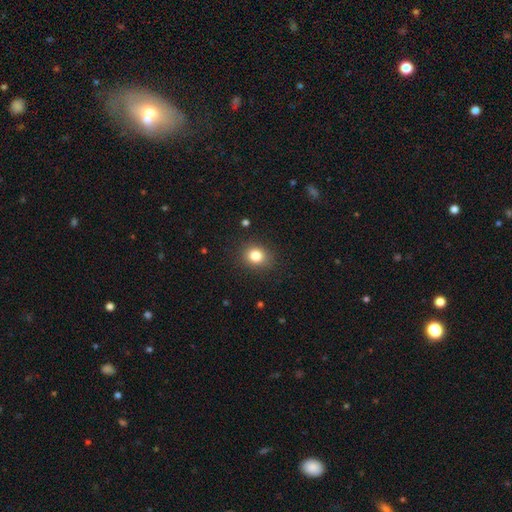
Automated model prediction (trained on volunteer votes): Smooth or featured?
  - smooth: 82% *
  - star or artifact: 11%
  - featured or disk: 7%
How rounded?
  - round: 69% *
  - in between: 31%
  - cigar-shaped: 1%
Merging?
  - none: 88% *
  - minor disturbance: 8%
  - major disturbance: 3%
  - merger: 1%